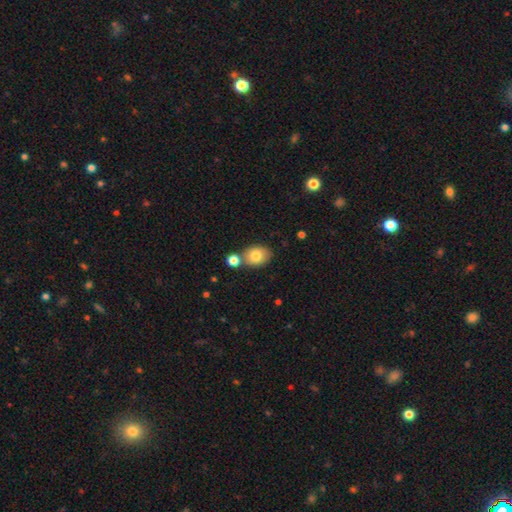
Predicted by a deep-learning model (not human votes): This appears to be a smooth galaxy with no disk features (81%) that is in between round and cigar-shaped (65%). Merging: none (61%).